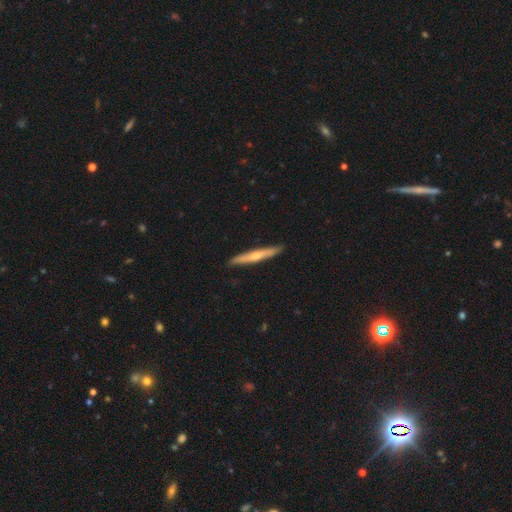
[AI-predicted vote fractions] This appears to be a featured or disk galaxy (51%) viewed edge-on (95%). Merging: none (91%).